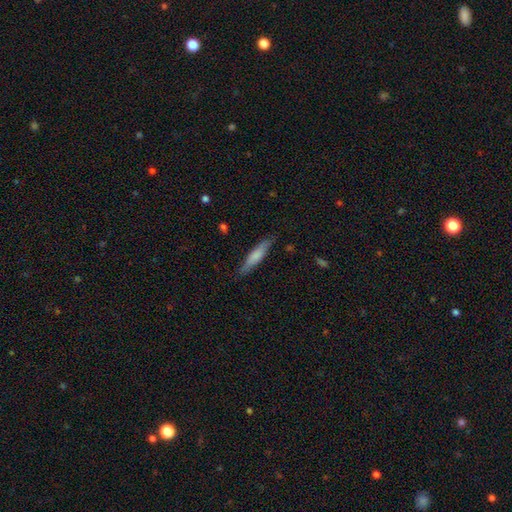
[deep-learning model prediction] Smooth or featured? smooth (69%)
How rounded? cigar-shaped (85%)
Merging? none (84%)